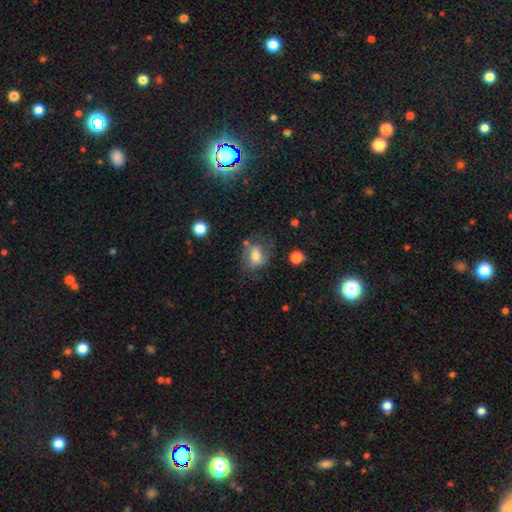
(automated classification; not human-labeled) smooth 64%, featured or disk 26%, star or artifact 10%. Down the decision tree: how rounded — in between (62%); merging — none (53%).